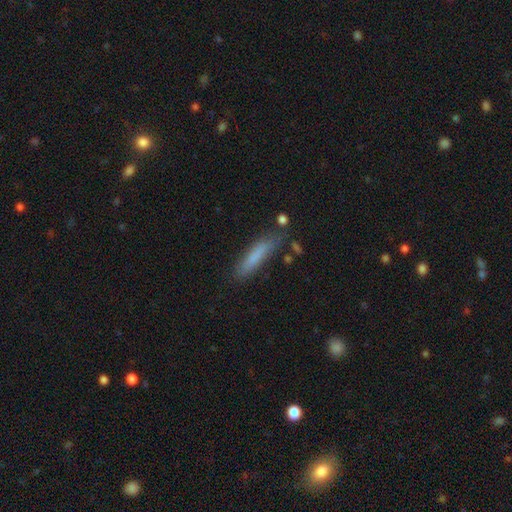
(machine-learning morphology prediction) Smooth or featured? smooth (75%)
How rounded? cigar-shaped (84%)
Merging? none (73%)